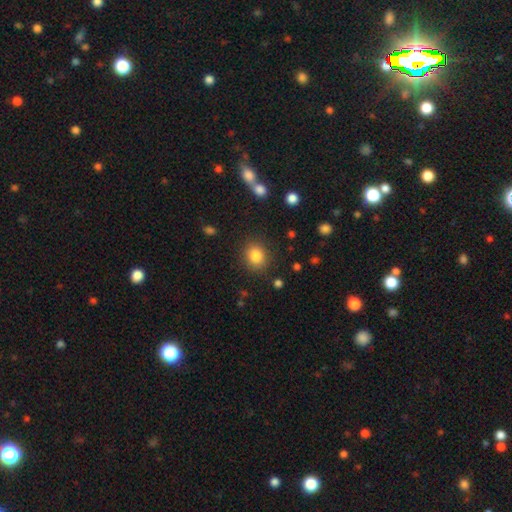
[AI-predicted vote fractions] Overall: smooth (84%). How rounded: round (74%). Merging: none (87%).